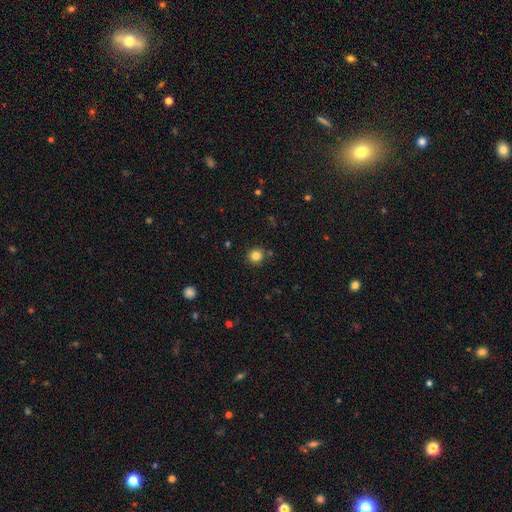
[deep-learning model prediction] This appears to be a smooth galaxy with no disk features (83%) that is round (92%). Merging: none (88%).